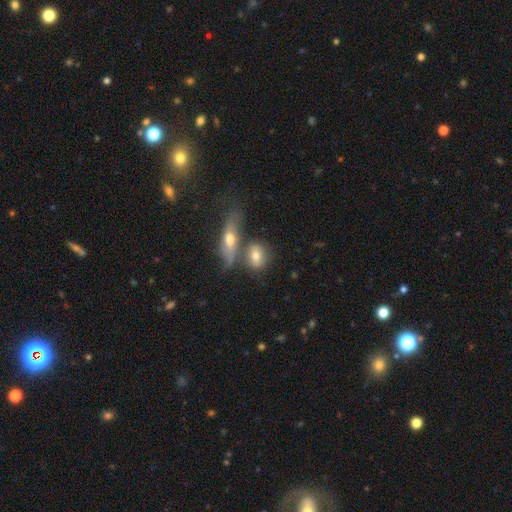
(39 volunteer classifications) Morphology: type=smooth (59%); roundness=in between (70%); merging=none (46%).